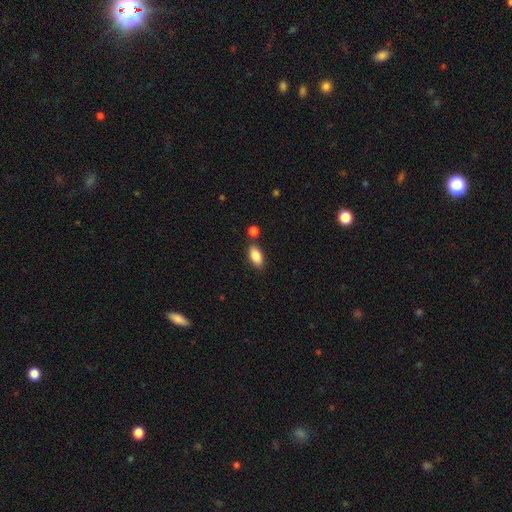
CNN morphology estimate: Smooth or featured?
  - smooth: 86% *
  - star or artifact: 7%
  - featured or disk: 7%
How rounded?
  - in between: 91% *
  - cigar-shaped: 6%
  - round: 4%
Merging?
  - none: 77% *
  - minor disturbance: 11%
  - merger: 9%
  - major disturbance: 3%